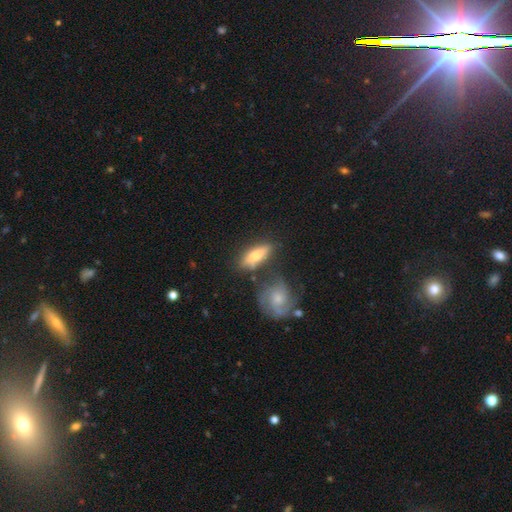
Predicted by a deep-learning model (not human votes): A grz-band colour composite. It shows a smooth galaxy with no disk features (65%) that is in between round and cigar-shaped (65%). Merging: none (60%).